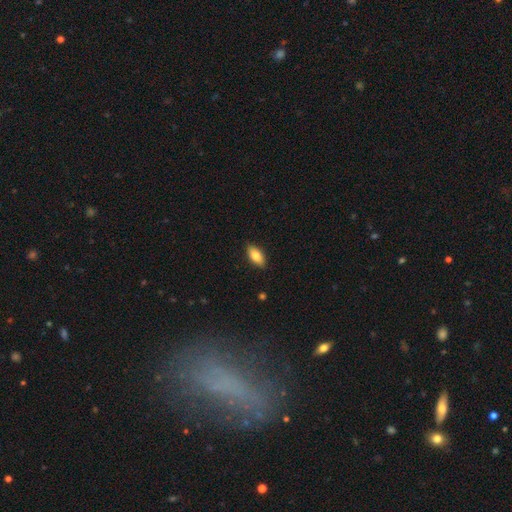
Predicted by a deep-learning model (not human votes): Smooth or featured? smooth (81%)
How rounded? in between (88%)
Merging? none (88%)